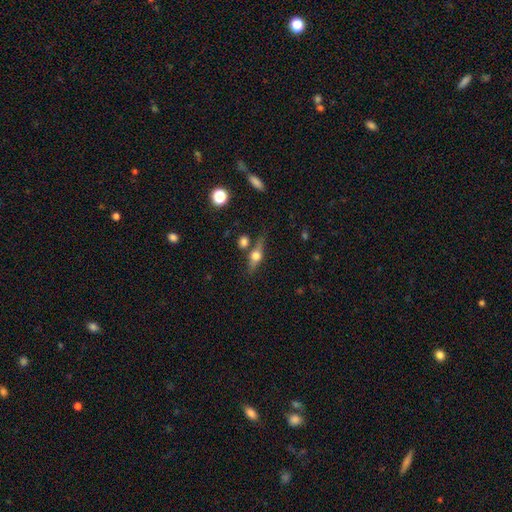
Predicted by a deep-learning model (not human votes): Smooth or featured? Predicted: featured or disk (p=0.55). Edge-on disk? Predicted: yes (p=0.91). Merging? Predicted: none (p=0.70).